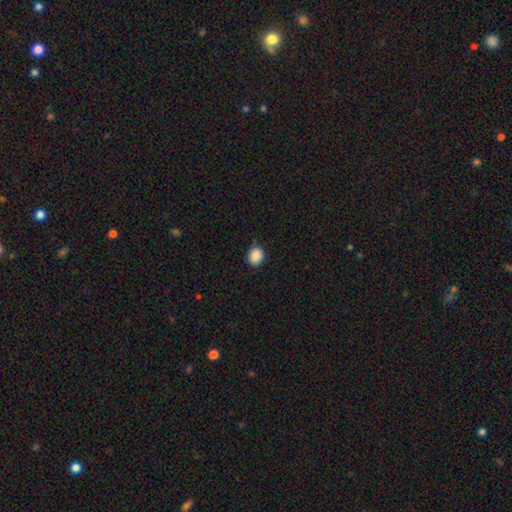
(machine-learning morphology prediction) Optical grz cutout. It shows a smooth galaxy with no disk features (89%) that is round (63%). Merging: none (86%).